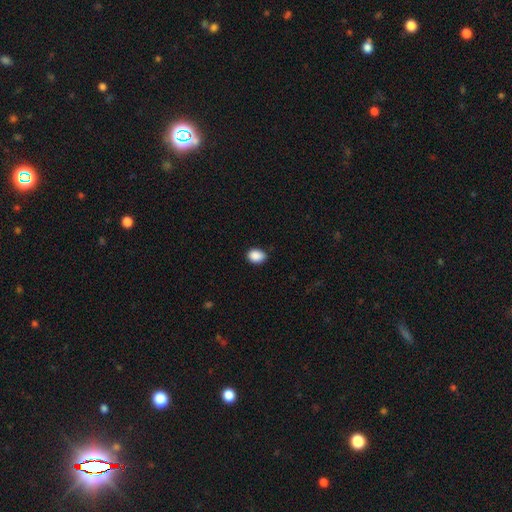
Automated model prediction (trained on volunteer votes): Smooth or featured: smooth — 89% (star or artifact — 8%)
How rounded: in between — 68% (round — 31%)
Merging: none — 82% (minor disturbance — 14%)